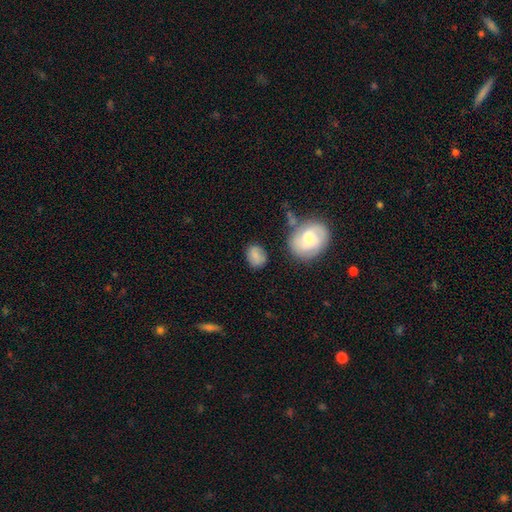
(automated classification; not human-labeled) The model was most divided on "how rounded": in between: 60%, round: 39%, cigar-shaped: 2%. More confident: smooth or featured — smooth (80%); merging — none (74%).